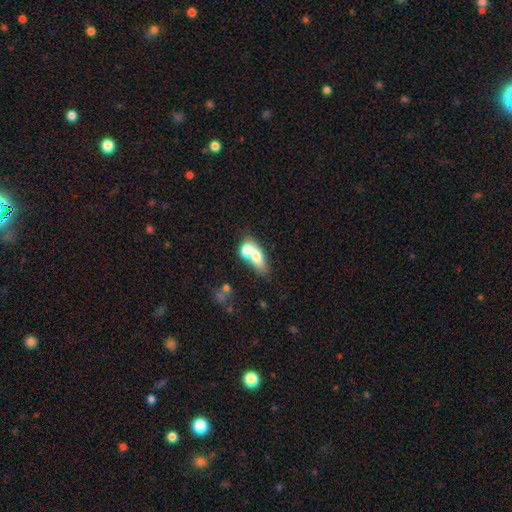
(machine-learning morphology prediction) The model was most divided on "merging": merger: 57%, none: 28%, minor disturbance: 9%, major disturbance: 6%. More confident: how rounded — in between (63%); smooth or featured — smooth (63%).